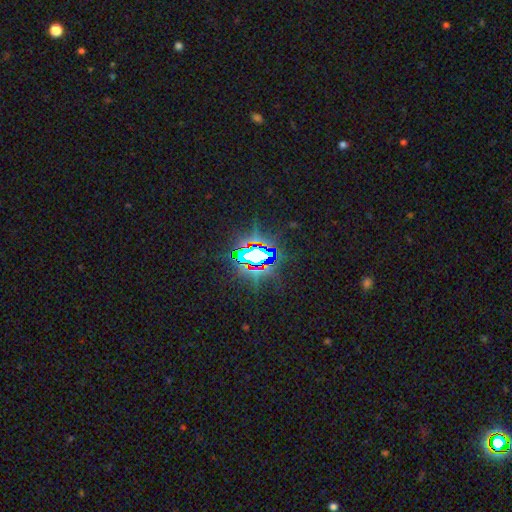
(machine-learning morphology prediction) The model was most divided on "smooth or featured": star or artifact: 76%, featured or disk: 12%, smooth: 12%.